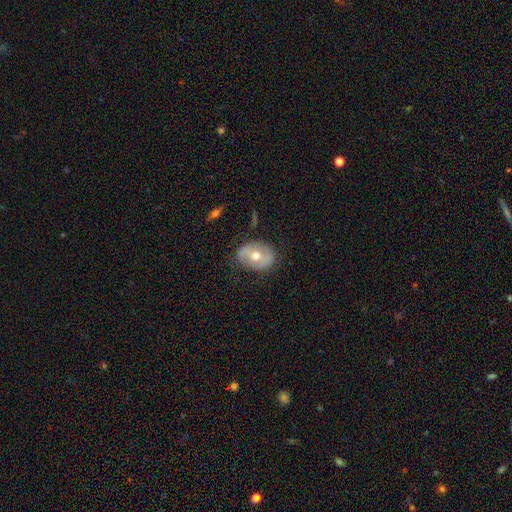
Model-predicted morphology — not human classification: Smooth or featured?
  - featured or disk: 53% *
  - smooth: 40%
  - star or artifact: 7%
Edge-on disk?
  - no: 94% *
  - yes: 6%
Bar?
  - no: 48% *
  - weak: 33%
  - strong: 20%
Spiral arms?
  - no: 53% *
  - yes: 47%
Bulge size?
  - moderate: 78% *
  - small: 16%
  - large: 5%
  - none: 1%
  - dominant: 1%
Merging?
  - none: 77% *
  - minor disturbance: 17%
  - major disturbance: 5%
  - merger: 1%